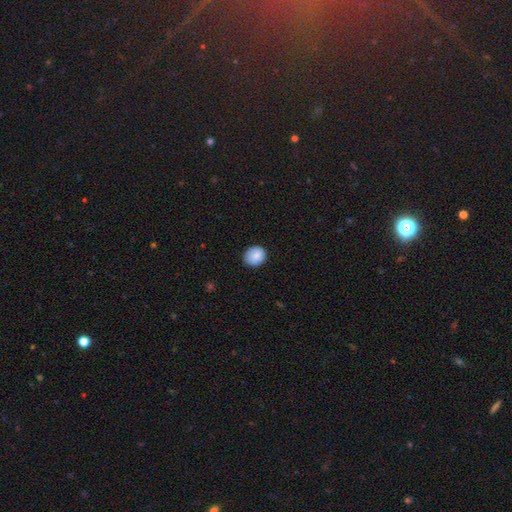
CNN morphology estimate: smooth-or-featured: smooth: 85% | featured or disk: 8% | star or artifact: 7%
  how-rounded: round: 77% | in between: 22% | cigar-shaped: 1%
  merging: none: 85% | minor disturbance: 12% | major disturbance: 2% | merger: 1%